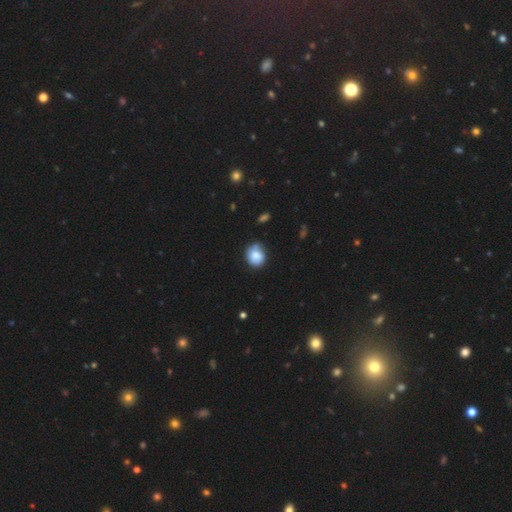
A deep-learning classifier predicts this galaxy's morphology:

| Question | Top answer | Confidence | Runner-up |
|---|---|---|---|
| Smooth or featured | smooth | 79% | featured or disk (13%) |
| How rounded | round | 73% | in between (26%) |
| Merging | none | 62% | minor disturbance (28%) |